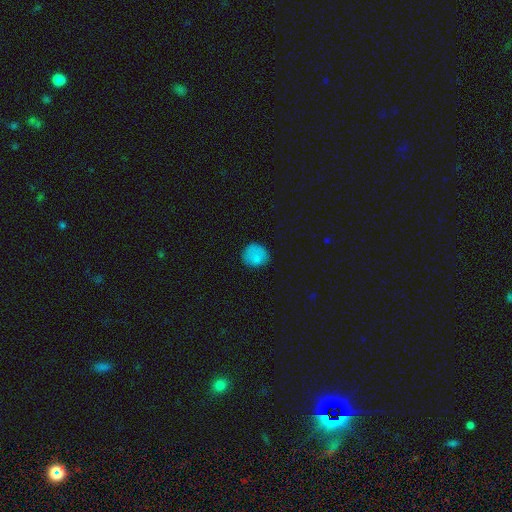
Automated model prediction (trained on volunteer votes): The model was most divided on "merging": none: 70%, minor disturbance: 20%, major disturbance: 7%, merger: 2%. More confident: how rounded — round (82%); smooth or featured — smooth (80%).